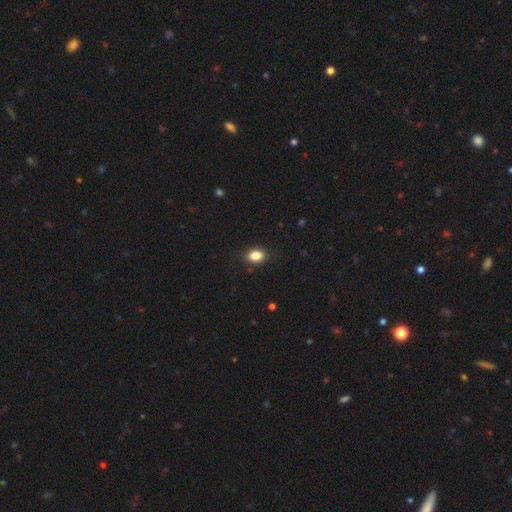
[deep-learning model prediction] Smooth or featured?
  - smooth: 86% *
  - star or artifact: 9%
  - featured or disk: 5%
How rounded?
  - in between: 80% *
  - round: 18%
  - cigar-shaped: 2%
Merging?
  - none: 87% *
  - minor disturbance: 10%
  - major disturbance: 2%
  - merger: 1%